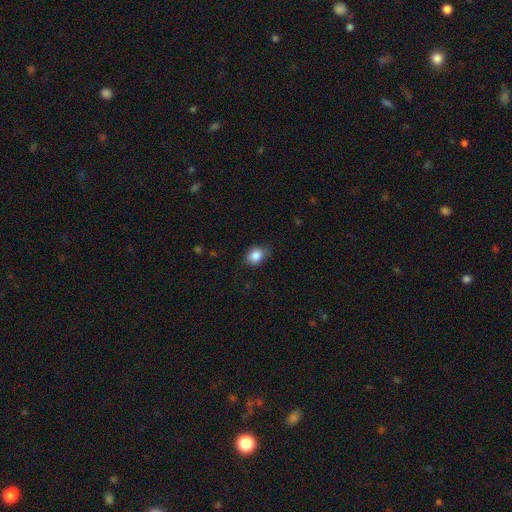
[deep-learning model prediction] Morphology: type=smooth (85%); roundness=round (52%); merging=none (72%).